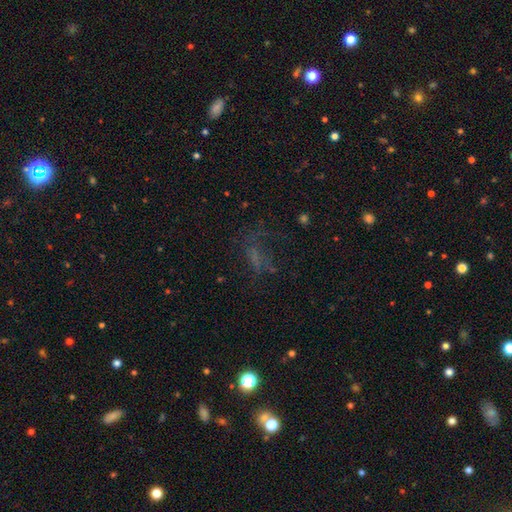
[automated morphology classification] Smooth or featured? smooth (36%)
Merging? none (45%)